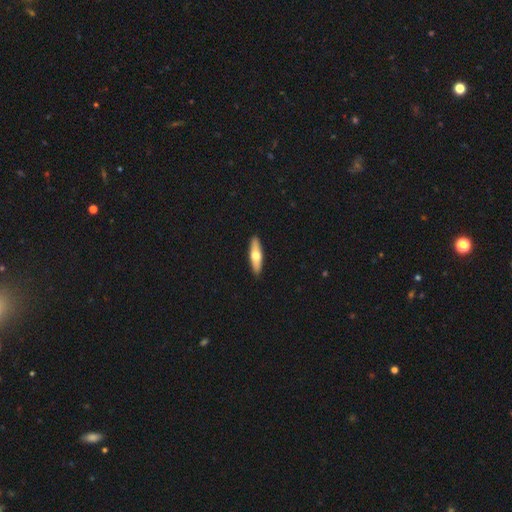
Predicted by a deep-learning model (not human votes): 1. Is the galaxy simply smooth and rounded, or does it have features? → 57% smooth, 39% featured or disk, 5% star or artifact.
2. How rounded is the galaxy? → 66% cigar-shaped, 32% in between, 2% round.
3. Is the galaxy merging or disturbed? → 92% none, 6% minor disturbance, 1% major disturbance, 1% merger.